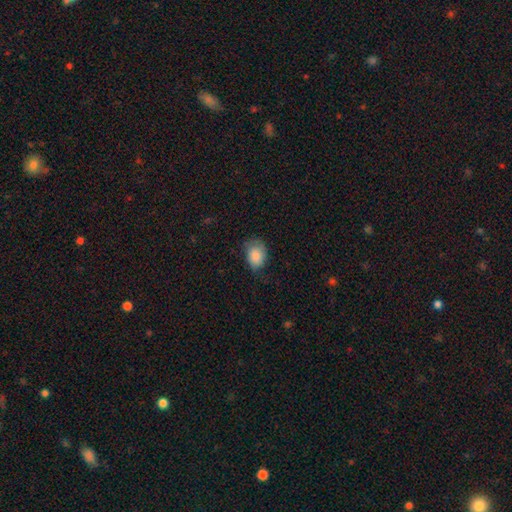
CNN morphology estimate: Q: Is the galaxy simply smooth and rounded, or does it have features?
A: smooth — 84%.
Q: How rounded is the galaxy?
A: in between — 71%.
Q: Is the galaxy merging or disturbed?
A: none — 59%.